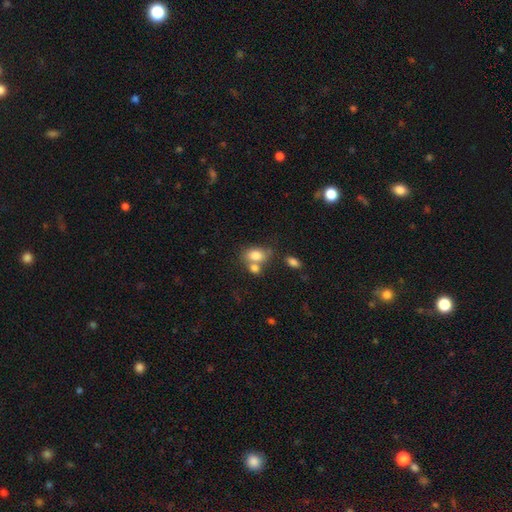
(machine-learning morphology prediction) type=smooth (80%); roundness=in between (75%); merging=merger (41%, tied with none).